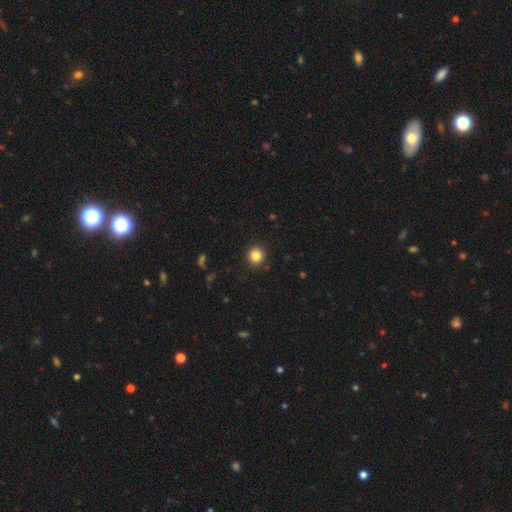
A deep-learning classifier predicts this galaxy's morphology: type=smooth (84%); roundness=round (94%); merging=none (92%).